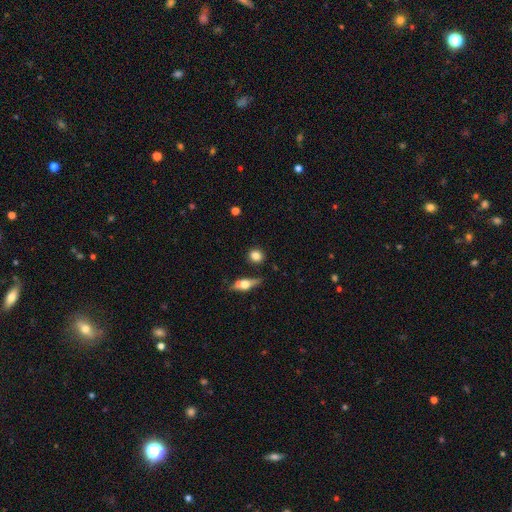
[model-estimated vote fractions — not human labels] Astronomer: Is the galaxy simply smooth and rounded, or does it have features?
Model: smooth — 79%.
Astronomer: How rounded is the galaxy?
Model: round — 78%.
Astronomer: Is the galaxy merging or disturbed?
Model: none — 81%.